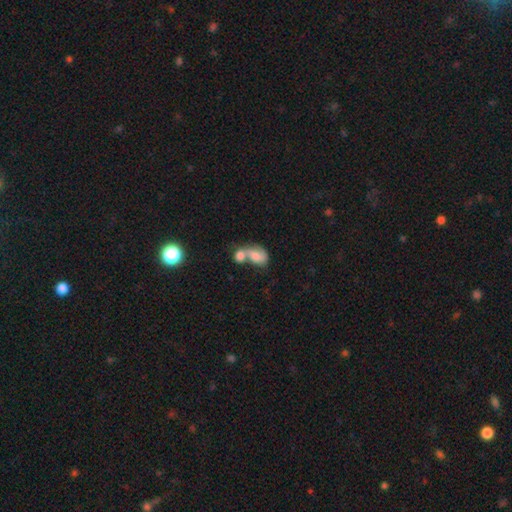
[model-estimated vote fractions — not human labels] The model was most divided on "smooth or featured": smooth: 65%, featured or disk: 26%, star or artifact: 9%. More confident: how rounded — in between (79%); merging — merger (74%).